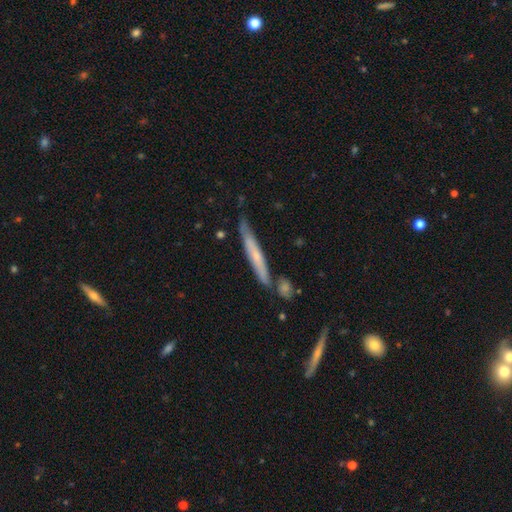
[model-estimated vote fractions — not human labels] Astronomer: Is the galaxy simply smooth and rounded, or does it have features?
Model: featured or disk — 50% (runner-up: smooth, 44%).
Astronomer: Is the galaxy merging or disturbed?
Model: none — 69%.